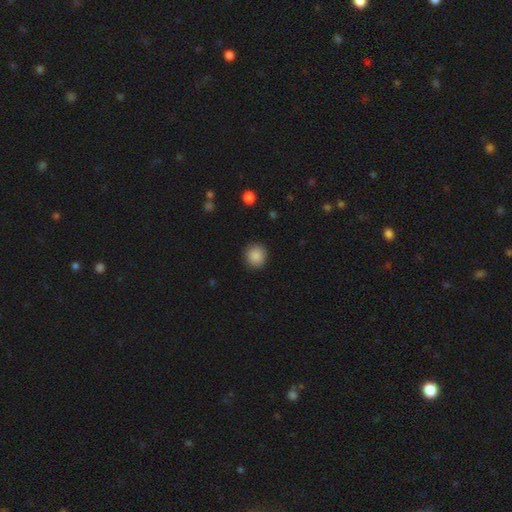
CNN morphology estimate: Smooth or featured?
  - smooth: 88% *
  - star or artifact: 8%
  - featured or disk: 3%
How rounded?
  - round: 90% *
  - in between: 9%
  - cigar-shaped: 1%
Merging?
  - none: 90% *
  - minor disturbance: 7%
  - major disturbance: 2%
  - merger: 1%